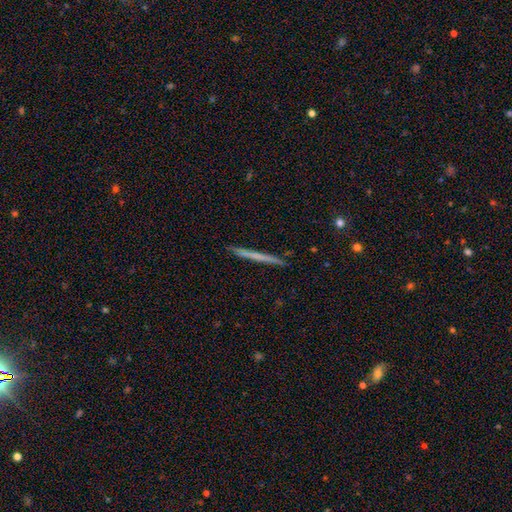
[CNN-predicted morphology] Smooth or featured?
  - smooth: 51% *
  - featured or disk: 44%
  - star or artifact: 6%
How rounded?
  - cigar-shaped: 97% *
  - in between: 2%
  - round: 2%
Merging?
  - none: 92% *
  - minor disturbance: 6%
  - major disturbance: 1%
  - merger: 1%